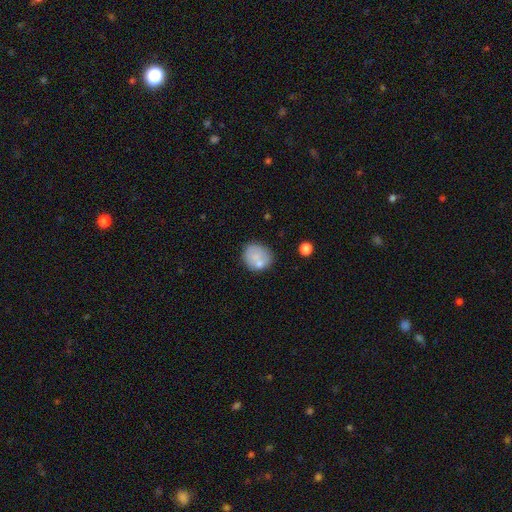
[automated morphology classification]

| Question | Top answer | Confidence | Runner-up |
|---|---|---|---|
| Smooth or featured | smooth | 74% | featured or disk (18%) |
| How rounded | round | 79% | in between (20%) |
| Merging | none | 62% | minor disturbance (19%) |